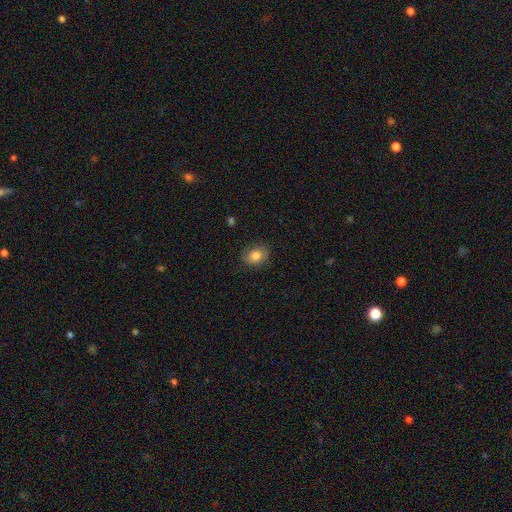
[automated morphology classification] Smooth or featured? smooth (80%)
How rounded? in between (52%)
Merging? none (78%)